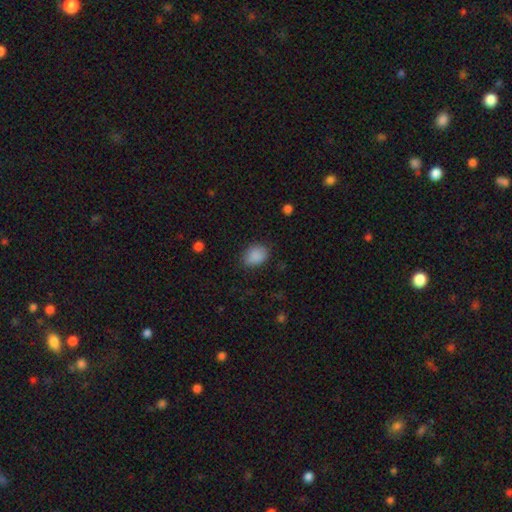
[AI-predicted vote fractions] Overall: smooth (88%). How rounded: in between (68%; round 31%). Merging: none (80%).